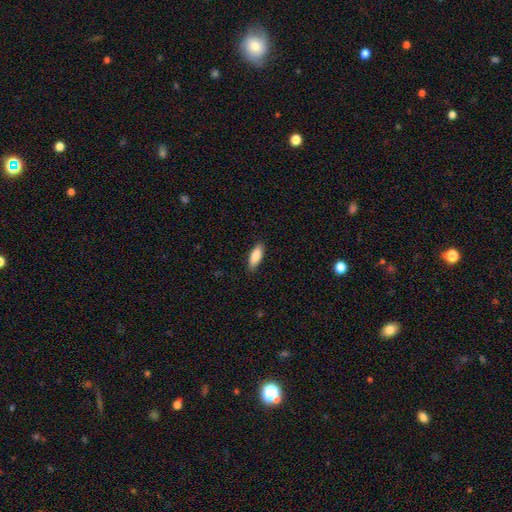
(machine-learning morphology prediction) Q: Smooth or featured?
A: smooth (87%); runner-up: featured or disk (7%)
Q: How rounded?
A: in between (68%); runner-up: cigar-shaped (30%)
Q: Merging?
A: none (86%); runner-up: minor disturbance (11%)